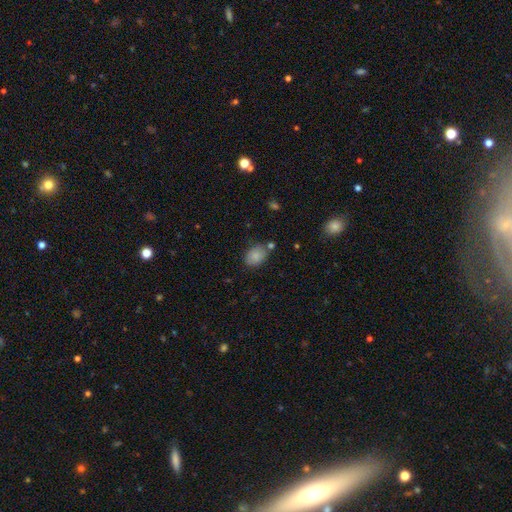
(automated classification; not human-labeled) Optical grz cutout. It shows a smooth galaxy with no disk features (85%) that is in between round and cigar-shaped (75%). Merging: none (70%).